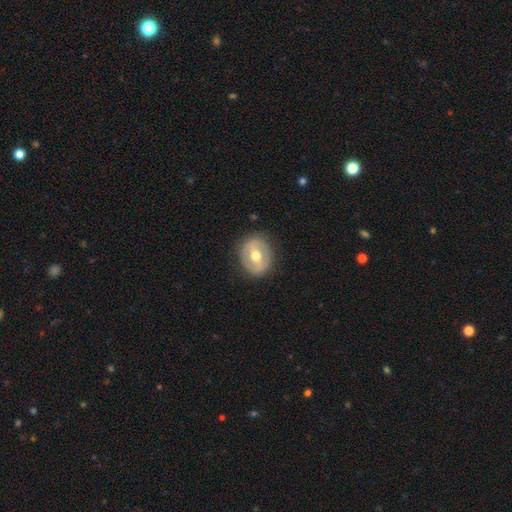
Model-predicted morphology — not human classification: Smooth or featured? Predicted: featured or disk (p=0.56). Edge-on disk? Predicted: no (p=0.95). Bar? Predicted: weak (p=0.38). Spiral arms? Predicted: no (p=0.78). Bulge size? Predicted: moderate (p=0.78). Merging? Predicted: none (p=0.84).